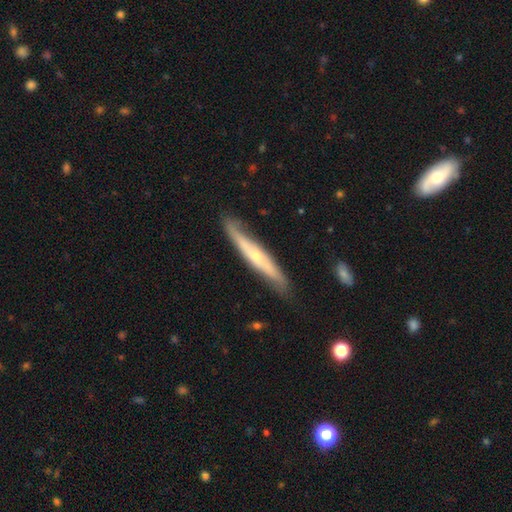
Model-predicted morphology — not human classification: Q: Smooth or featured?
A: featured or disk (62%); runner-up: smooth (32%)
Q: Edge-on disk?
A: yes (80%); runner-up: no (20%)
Q: Merging?
A: none (78%); runner-up: minor disturbance (17%)